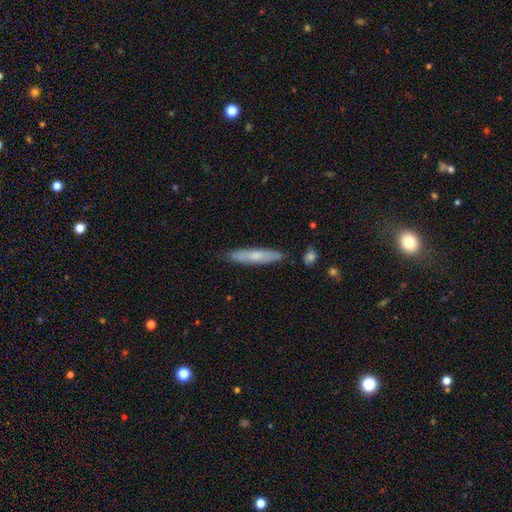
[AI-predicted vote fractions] Smooth or featured? Predicted: smooth (p=0.58). How rounded? Predicted: cigar-shaped (p=0.88). Merging? Predicted: none (p=0.84).